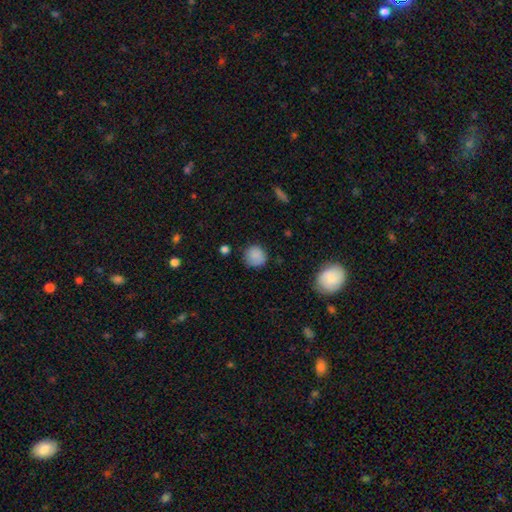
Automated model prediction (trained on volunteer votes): Morphology: type=smooth (85%); roundness=round (88%); merging=none (77%).